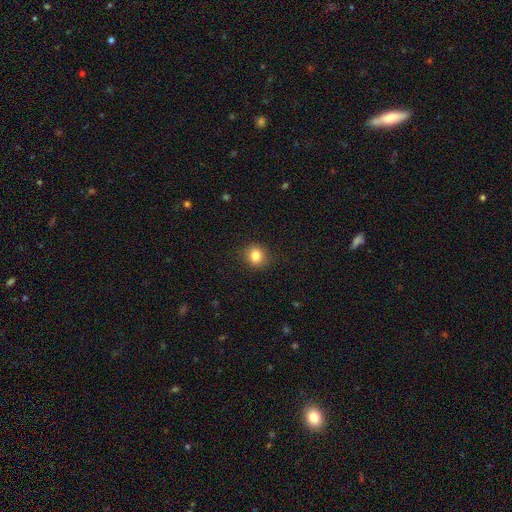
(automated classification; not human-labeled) smooth-or-featured: smooth: 83% | star or artifact: 11% | featured or disk: 6%
  how-rounded: round: 81% | in between: 18% | cigar-shaped: 1%
  merging: none: 89% | minor disturbance: 7% | major disturbance: 2% | merger: 1%